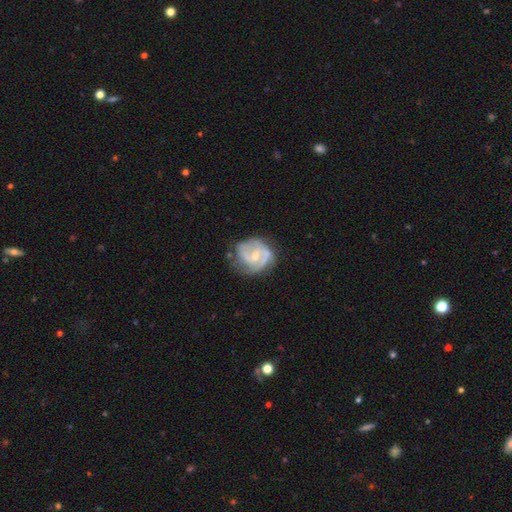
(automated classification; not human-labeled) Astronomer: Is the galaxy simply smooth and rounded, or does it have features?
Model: featured or disk — 80%.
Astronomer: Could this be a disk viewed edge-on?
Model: no — 98%.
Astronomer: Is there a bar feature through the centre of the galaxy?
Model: weak — 50% (runner-up: no, 38%).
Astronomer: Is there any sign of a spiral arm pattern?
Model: yes — 89%.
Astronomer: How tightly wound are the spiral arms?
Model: medium — 47% (runner-up: tight, 35%).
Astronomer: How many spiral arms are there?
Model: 2 — 61%.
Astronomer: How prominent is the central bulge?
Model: small — 57% (runner-up: moderate, 36%).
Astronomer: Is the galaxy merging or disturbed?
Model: none — 57%.